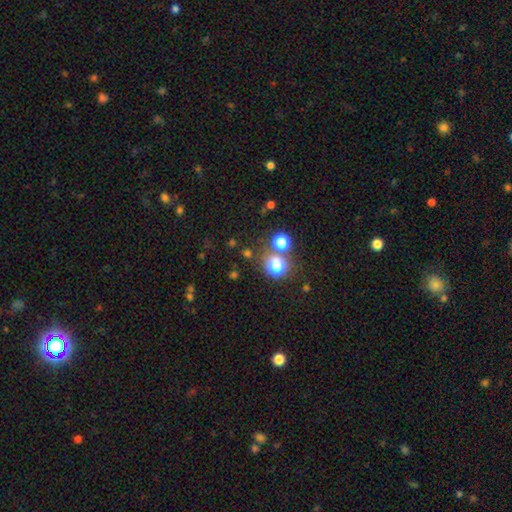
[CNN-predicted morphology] This appears to be a star or artifact, not a galaxy (53%).